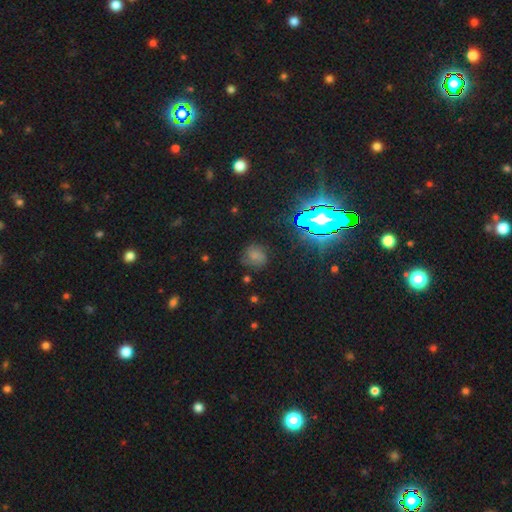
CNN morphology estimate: Q: Smooth or featured?
A: smooth (52%); runner-up: star or artifact (28%)
Q: How rounded?
A: round (73%); runner-up: in between (26%)
Q: Merging?
A: none (64%); runner-up: minor disturbance (22%)